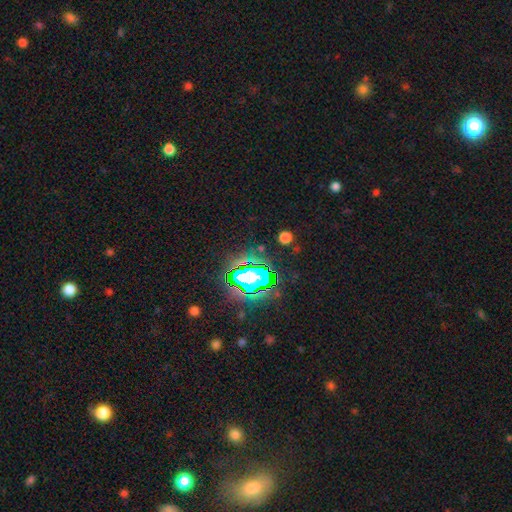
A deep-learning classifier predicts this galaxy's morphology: A star or artifact, not a galaxy (80%).

Vote fractions:
- Smooth or featured? star or artifact: 80% / smooth: 13% / featured or disk: 8%